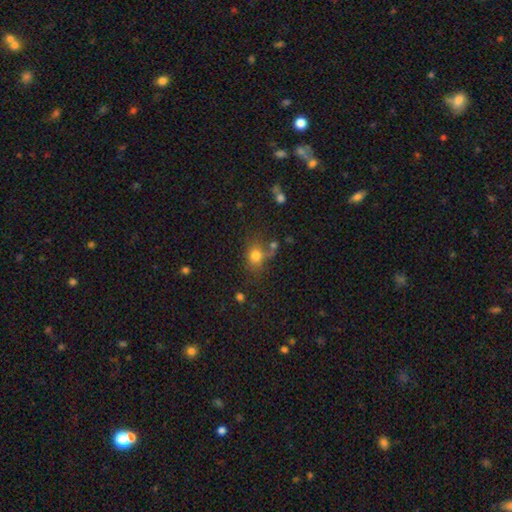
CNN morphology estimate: Smooth or featured: smooth — 75% (star or artifact — 15%)
How rounded: round — 55% (in between — 43%)
Merging: none — 53% (minor disturbance — 19%)